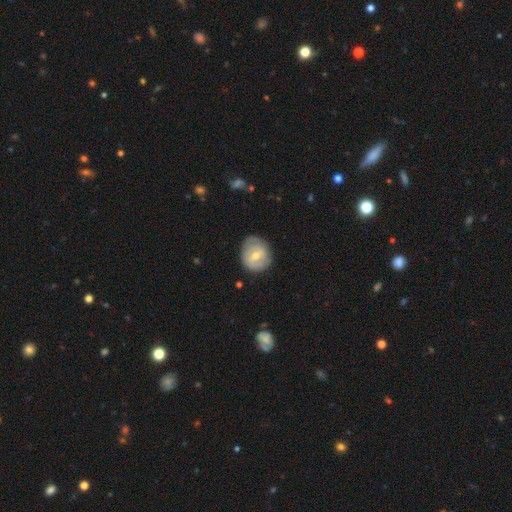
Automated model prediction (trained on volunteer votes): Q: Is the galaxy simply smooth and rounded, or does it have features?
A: featured or disk — 49%.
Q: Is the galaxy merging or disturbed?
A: none — 72%.